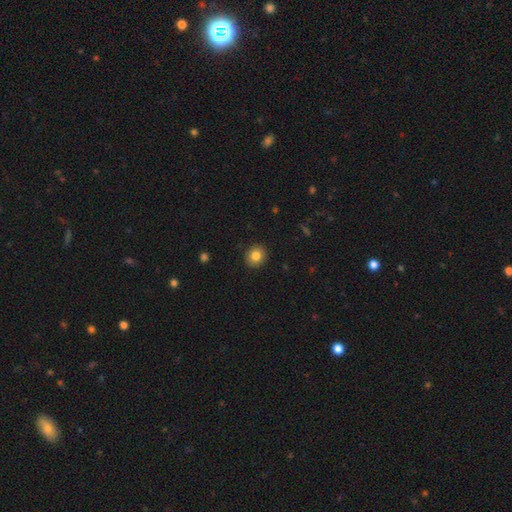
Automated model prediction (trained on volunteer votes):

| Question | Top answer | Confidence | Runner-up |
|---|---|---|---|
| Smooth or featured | smooth | 82% | star or artifact (10%) |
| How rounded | round | 78% | in between (21%) |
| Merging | none | 91% | minor disturbance (6%) |